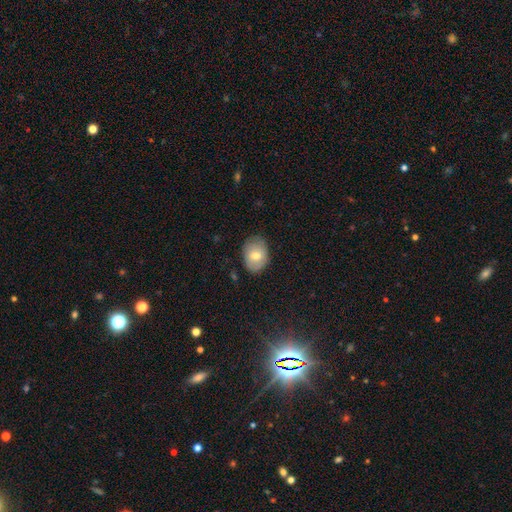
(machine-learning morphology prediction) A smooth galaxy with no disk features (69%) that is in between round and cigar-shaped (68%). Merging: none (76%).